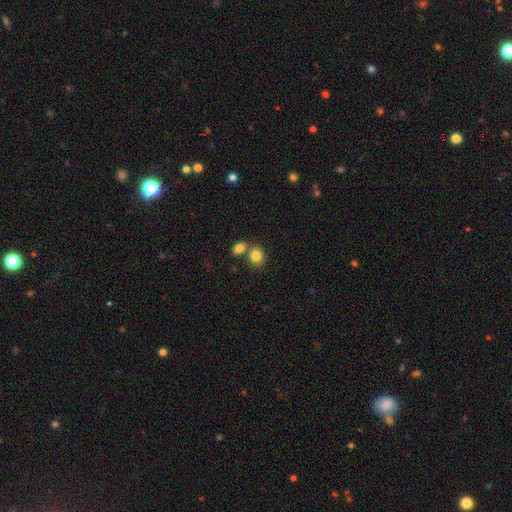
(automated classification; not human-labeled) smooth 83%, star or artifact 10%, featured or disk 7%. Down the decision tree: how rounded — round (61%); merging — none (51%).